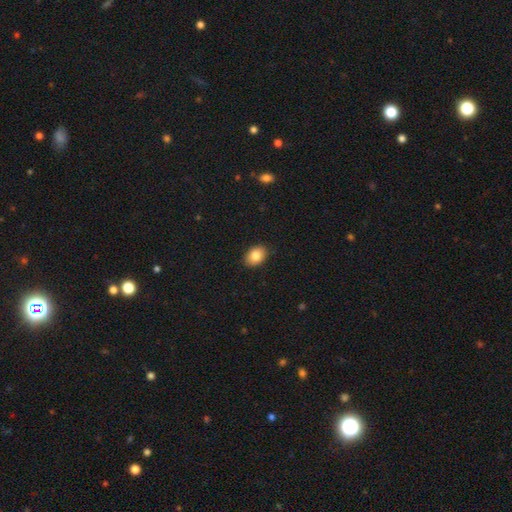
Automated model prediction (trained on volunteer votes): Smooth or featured: smooth — 83% (featured or disk — 9%)
How rounded: in between — 78% (round — 21%)
Merging: none — 89% (minor disturbance — 8%)